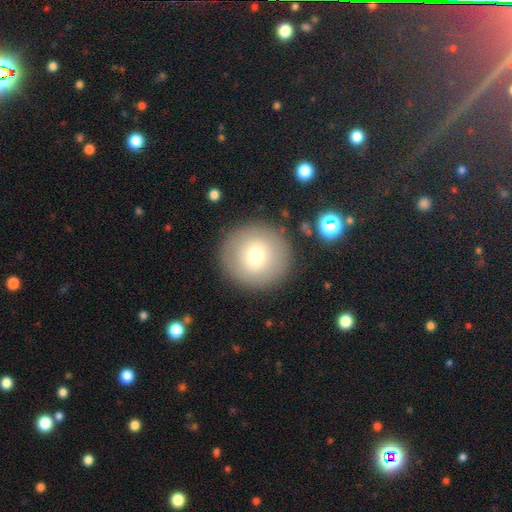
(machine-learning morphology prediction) Smooth or featured?
  - smooth: 70% *
  - featured or disk: 20%
  - star or artifact: 10%
How rounded?
  - round: 94% *
  - in between: 5%
  - cigar-shaped: 1%
Merging?
  - none: 88% *
  - minor disturbance: 7%
  - major disturbance: 3%
  - merger: 2%